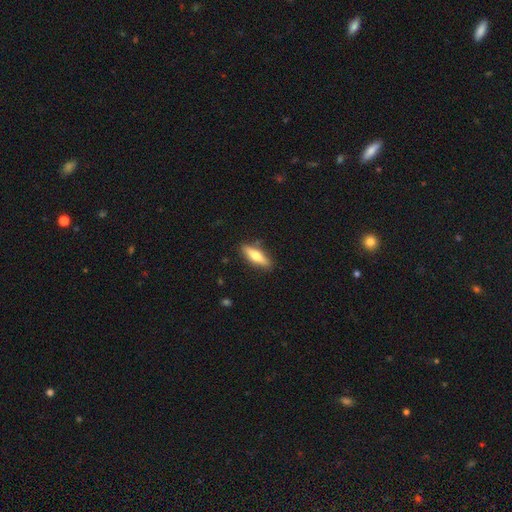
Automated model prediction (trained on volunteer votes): Smooth or featured?
  - smooth: 62% *
  - featured or disk: 33%
  - star or artifact: 6%
How rounded?
  - cigar-shaped: 61% *
  - in between: 37%
  - round: 2%
Merging?
  - none: 86% *
  - minor disturbance: 10%
  - major disturbance: 2%
  - merger: 2%